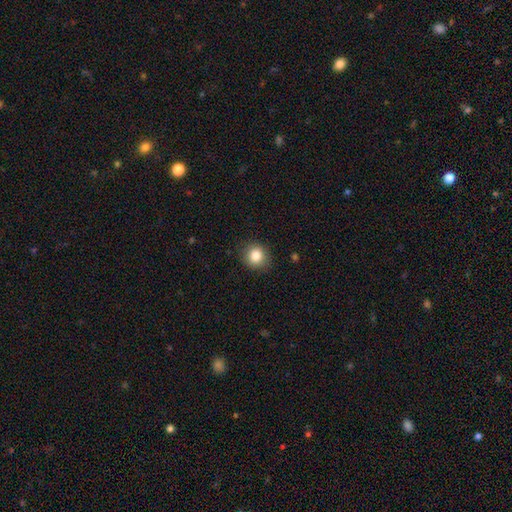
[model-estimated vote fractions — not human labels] A smooth galaxy with no disk features (84%) that is round (86%).

Vote fractions:
- Smooth or featured? smooth: 84% / star or artifact: 10% / featured or disk: 6%
- How rounded? round: 86% / in between: 14% / cigar-shaped: 1%
- Merging? none: 88% / minor disturbance: 9% / major disturbance: 2% / merger: 1%